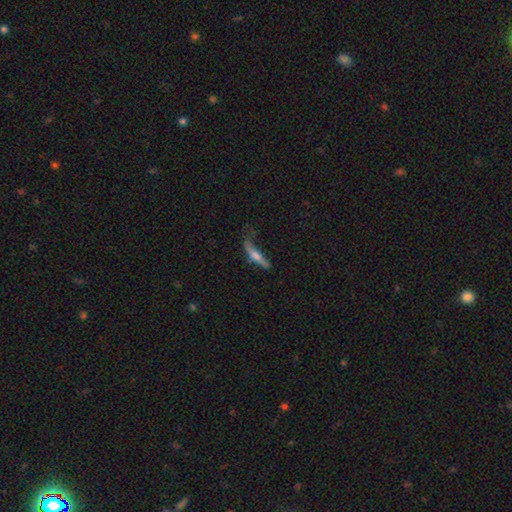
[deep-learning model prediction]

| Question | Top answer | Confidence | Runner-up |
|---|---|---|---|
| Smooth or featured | smooth | 53% | featured or disk (41%) |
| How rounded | cigar-shaped | 83% | in between (15%) |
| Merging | none | 46% | minor disturbance (31%) |